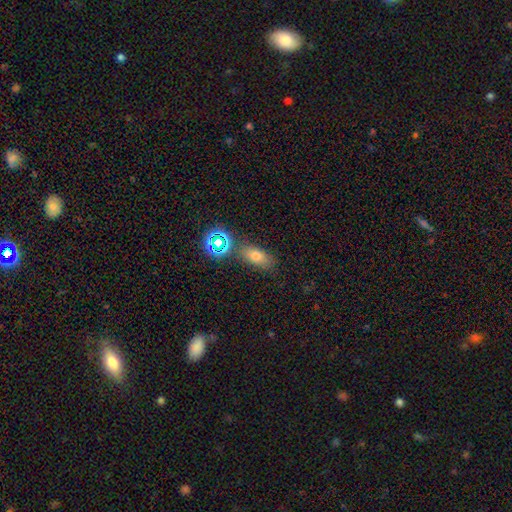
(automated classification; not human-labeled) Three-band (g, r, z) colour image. It shows a smooth galaxy with no disk features (68%) that is in between round and cigar-shaped (75%). Merging: none (75%).